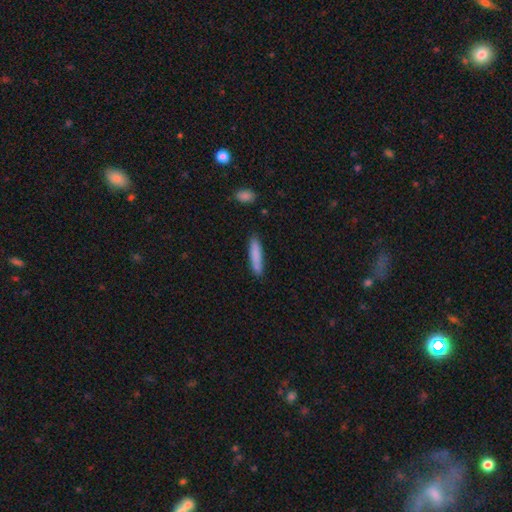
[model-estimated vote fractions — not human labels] The model was most divided on "merging": none: 82%, minor disturbance: 13%, merger: 3%, major disturbance: 2%. More confident: how rounded — cigar-shaped (86%); smooth or featured — smooth (83%).